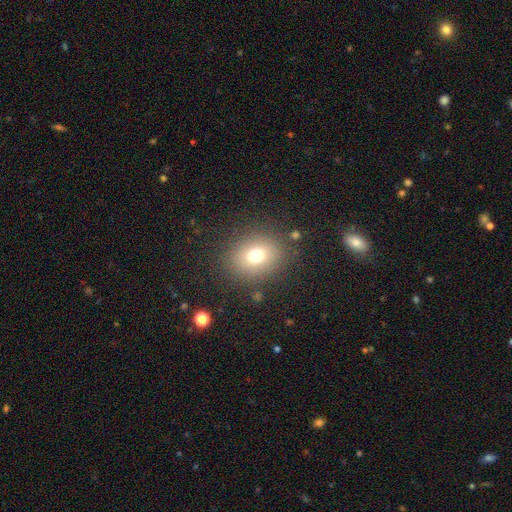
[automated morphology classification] Smooth or featured?
  - smooth: 73% *
  - star or artifact: 15%
  - featured or disk: 12%
How rounded?
  - round: 62% *
  - in between: 37%
  - cigar-shaped: 1%
Merging?
  - none: 85% *
  - minor disturbance: 9%
  - major disturbance: 5%
  - merger: 2%